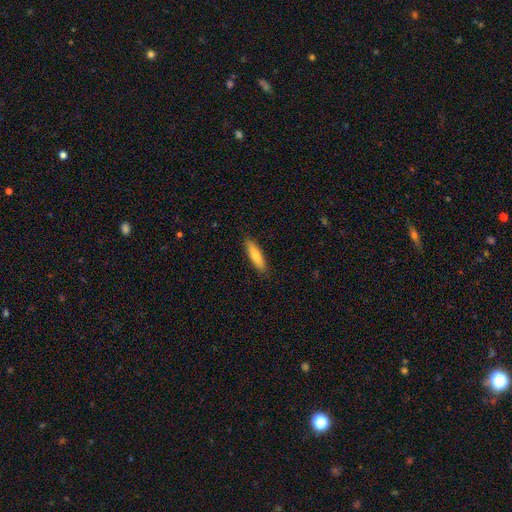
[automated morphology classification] This appears to be a smooth galaxy with no disk features (76%) that is cigar-shaped (72%). Merging: none (87%).